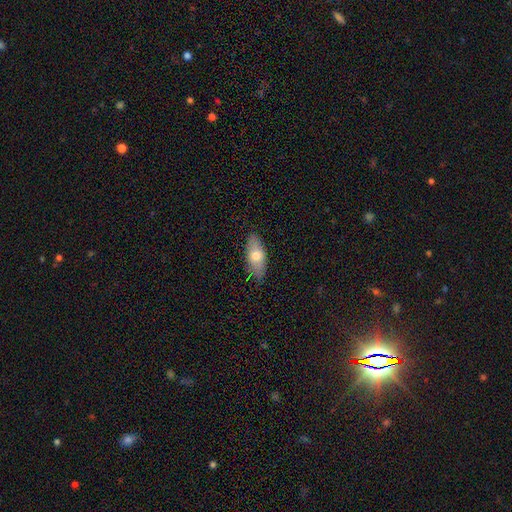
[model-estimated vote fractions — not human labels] Smooth or featured? smooth (67%)
How rounded? in between (83%)
Merging? none (83%)